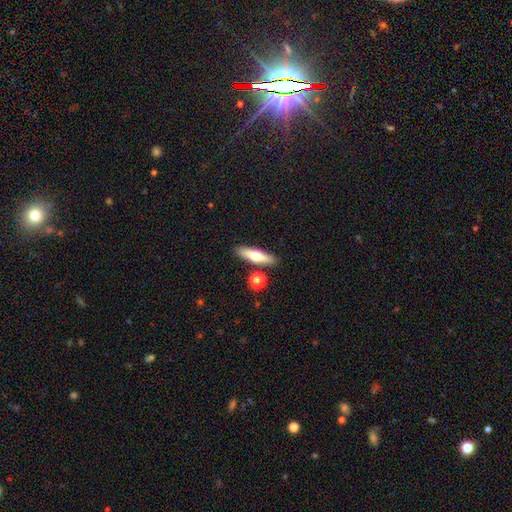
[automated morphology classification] Smooth or featured: smooth — 57% (featured or disk — 36%)
How rounded: cigar-shaped — 69% (in between — 27%)
Merging: none — 84% (minor disturbance — 8%)